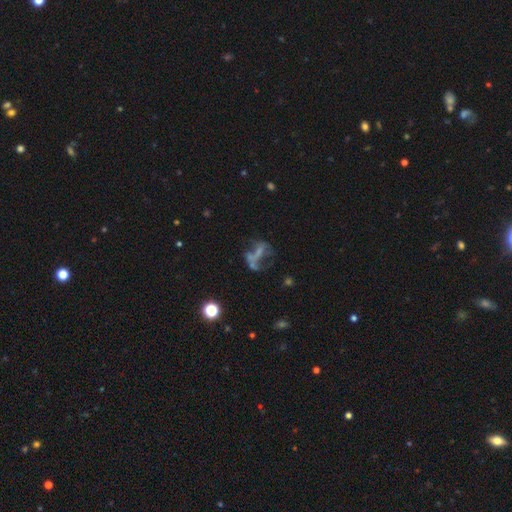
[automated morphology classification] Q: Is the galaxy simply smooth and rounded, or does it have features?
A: featured or disk — 50%.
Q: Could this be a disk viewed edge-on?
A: no — 93%.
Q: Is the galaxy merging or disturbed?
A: major disturbance — 33%.